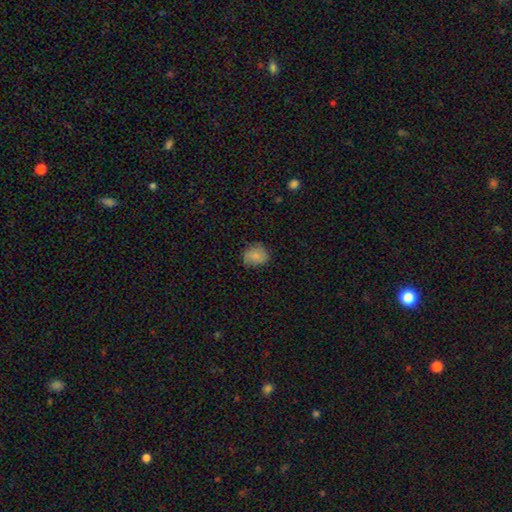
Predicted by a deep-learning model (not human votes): Smooth or featured? smooth (76%)
How rounded? round (66%)
Merging? none (68%)